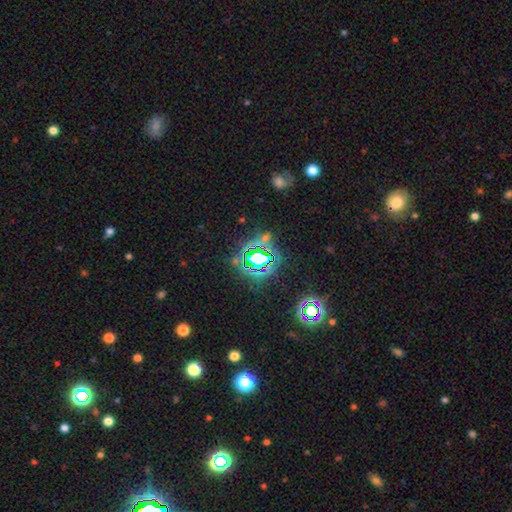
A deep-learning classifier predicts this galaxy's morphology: star or artifact 76%, smooth 14%, featured or disk 9%.